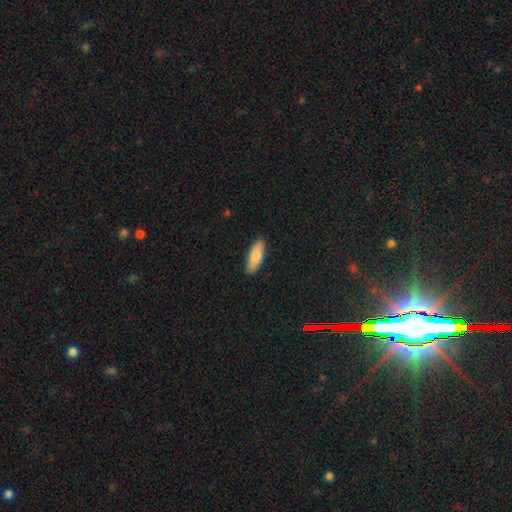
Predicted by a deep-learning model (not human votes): smooth_or_featured: smooth (p=0.83) [alt: featured or disk p=0.12]
how_rounded: in between (p=0.67) [alt: cigar-shaped p=0.31]
merging: none (p=0.89) [alt: minor disturbance p=0.08]